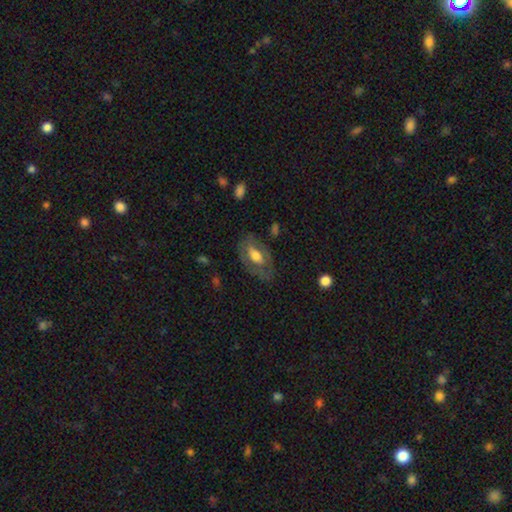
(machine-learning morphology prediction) The model was most divided on "smooth or featured": featured or disk: 51%, smooth: 42%, star or artifact: 6%. More confident: edge-on disk — no (89%); merging — none (69%).